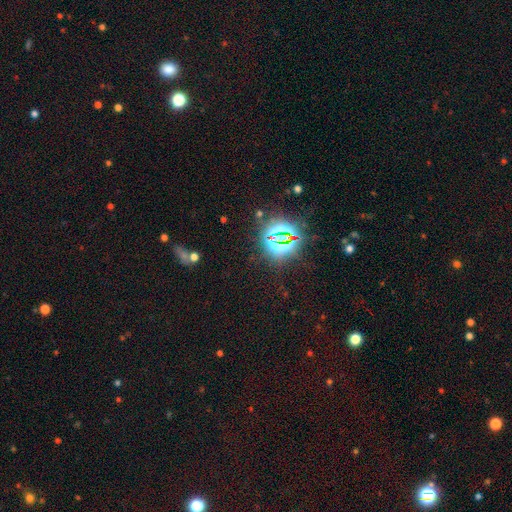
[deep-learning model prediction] A star or artifact, not a galaxy (78%).

Vote fractions:
- Smooth or featured? star or artifact: 78% / smooth: 15% / featured or disk: 7%